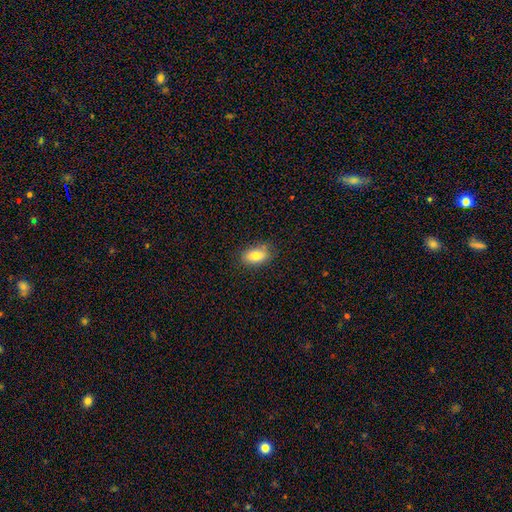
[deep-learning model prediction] Morphology: type=smooth (79%); roundness=in between (90%); merging=none (79%).